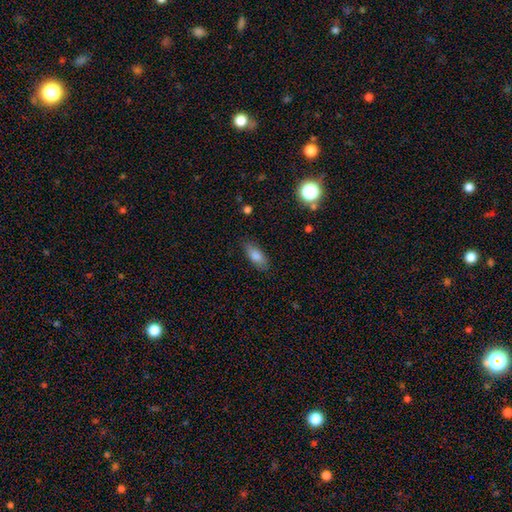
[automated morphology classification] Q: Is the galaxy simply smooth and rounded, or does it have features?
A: smooth — 82%.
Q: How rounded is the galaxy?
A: in between — 79%.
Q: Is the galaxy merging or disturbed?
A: none — 84%.